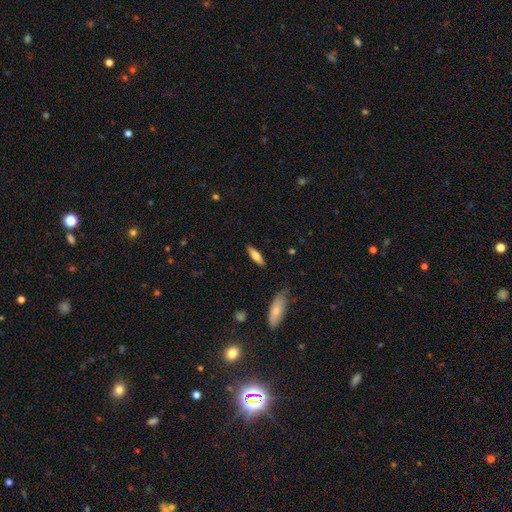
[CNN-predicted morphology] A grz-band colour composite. It shows a smooth galaxy with no disk features (62%) that is cigar-shaped (57%). Merging: none (86%).